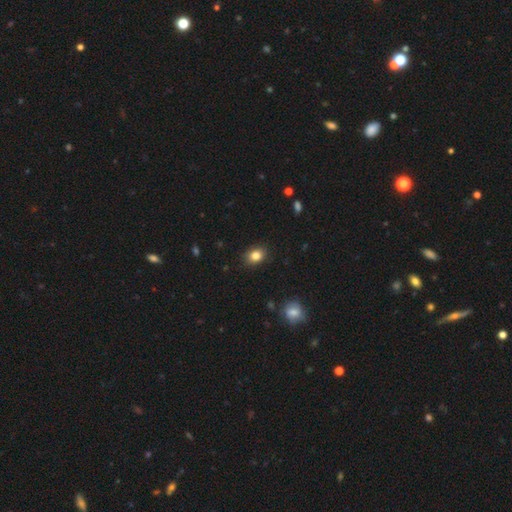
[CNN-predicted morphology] Smooth or featured? Predicted: smooth (p=0.83). How rounded? Predicted: in between (p=0.57). Merging? Predicted: none (p=0.88).